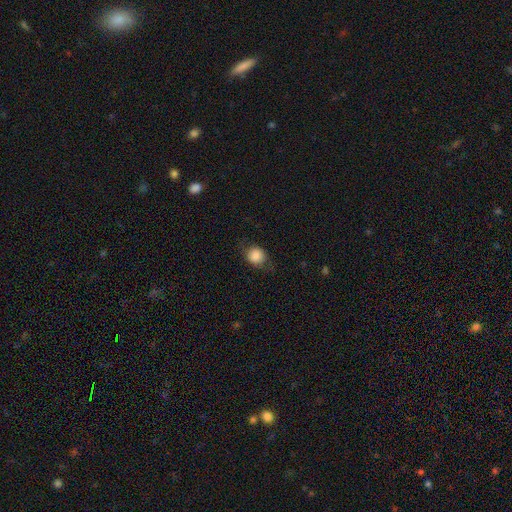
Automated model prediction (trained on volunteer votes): Smooth or featured? Predicted: smooth (p=0.82). How rounded? Predicted: round (p=0.75). Merging? Predicted: none (p=0.71).